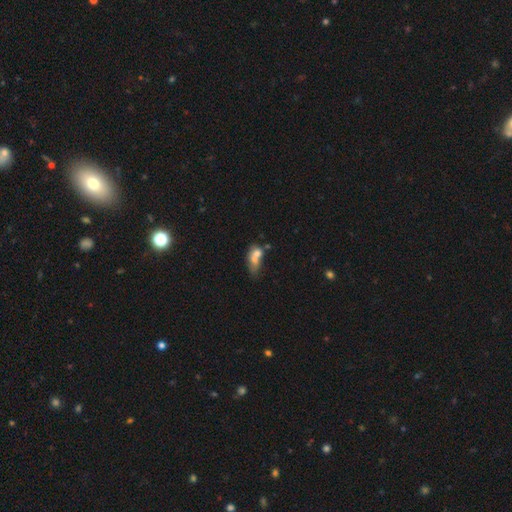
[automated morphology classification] smooth-or-featured: smooth: 61% | featured or disk: 27% | star or artifact: 11%
  how-rounded: in between: 68% | round: 22% | cigar-shaped: 10%
  merging: merger: 56% | none: 19% | major disturbance: 13% | minor disturbance: 12%